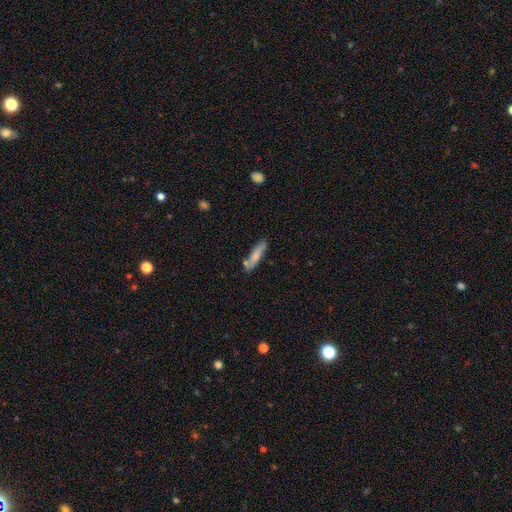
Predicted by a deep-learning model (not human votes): smooth 74%, featured or disk 20%, star or artifact 6%. Down the decision tree: how rounded — cigar-shaped (76%); merging — none (73%).